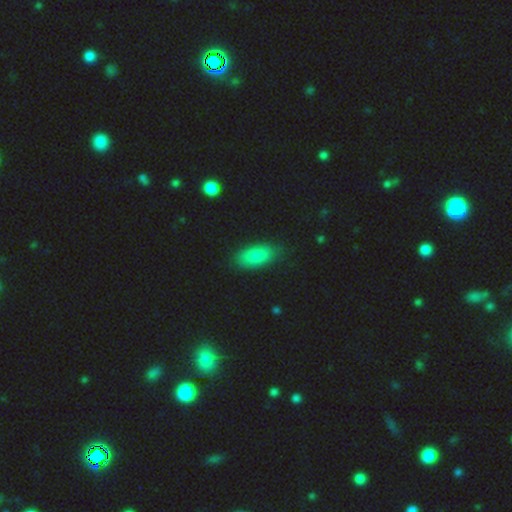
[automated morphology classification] Smooth or featured? Predicted: smooth (p=0.82). How rounded? Predicted: in between (p=0.87). Merging? Predicted: none (p=0.83).